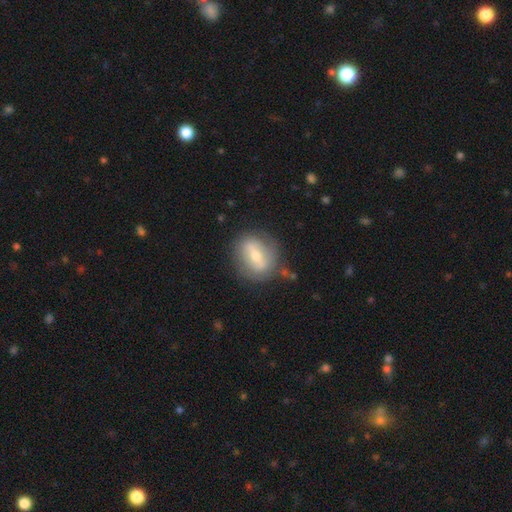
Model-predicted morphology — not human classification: type=featured or disk (55%); edge-on=no (87%); merging=none (74%).